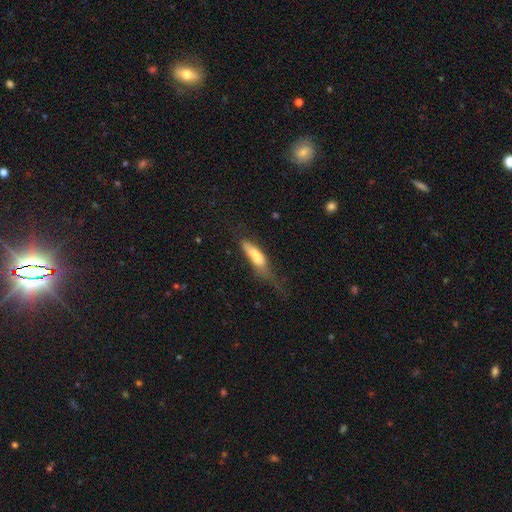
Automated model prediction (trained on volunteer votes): Smooth or featured: smooth — 72% (featured or disk — 21%)
How rounded: cigar-shaped — 57% (in between — 41%)
Merging: major disturbance — 37% (minor disturbance — 31%)